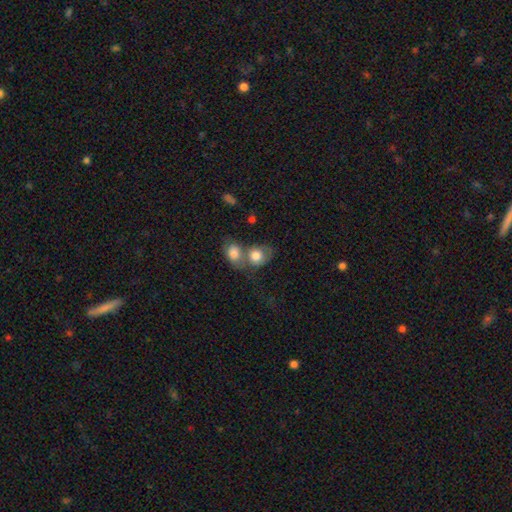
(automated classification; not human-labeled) Morphology: type=smooth (77%); roundness=round (54%); merging=merger (63%).